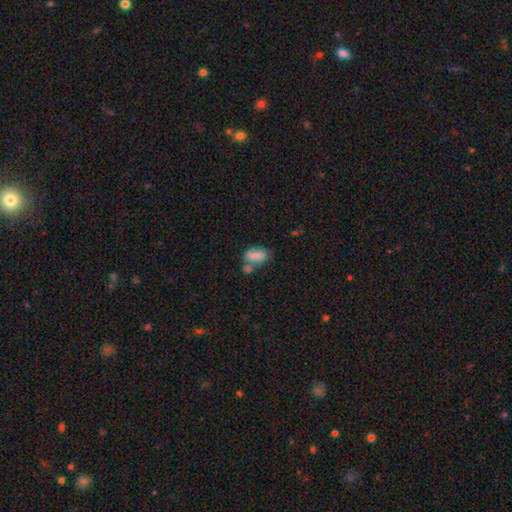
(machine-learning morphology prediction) type=smooth (63%); roundness=in between (85%); merging=merger (38%).